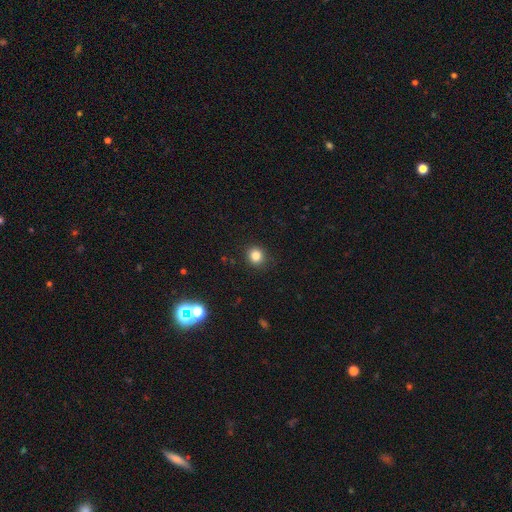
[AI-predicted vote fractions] smooth 83%, star or artifact 12%, featured or disk 5%. Down the decision tree: how rounded — round (84%); merging — none (90%).